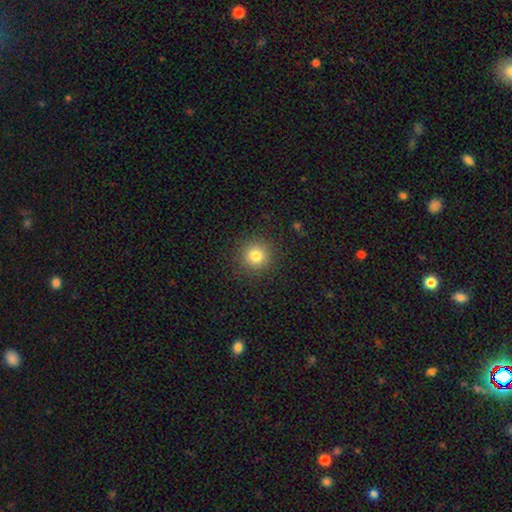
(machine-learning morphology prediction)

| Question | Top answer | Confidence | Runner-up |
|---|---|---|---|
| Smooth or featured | smooth | 82% | star or artifact (12%) |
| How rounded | round | 95% | in between (4%) |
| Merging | none | 90% | minor disturbance (6%) |